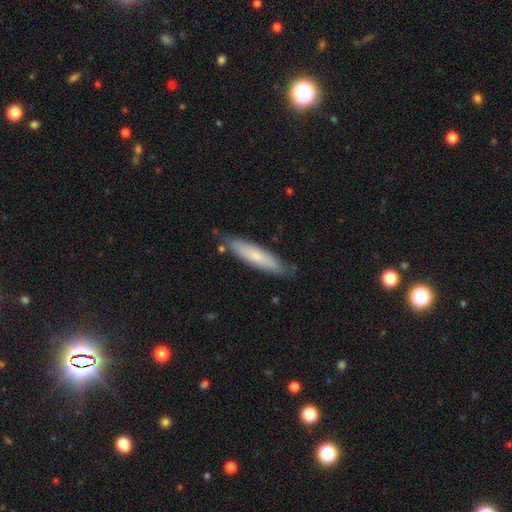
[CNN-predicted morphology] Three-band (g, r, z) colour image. It shows a smooth galaxy with no disk features (67%) that is cigar-shaped (80%). Merging: none (78%).